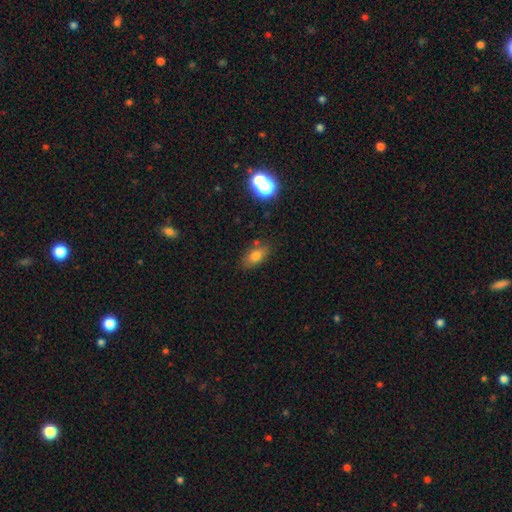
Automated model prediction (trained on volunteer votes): This is likely a smooth galaxy (74%). How rounded: clearly in between (83%). Merging: likely none (78%).